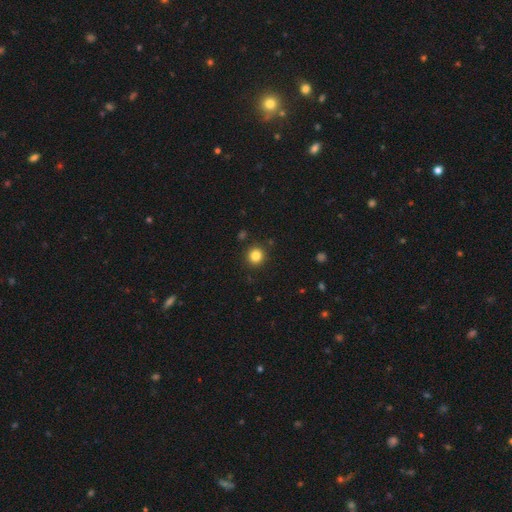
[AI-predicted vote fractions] Smooth or featured? Predicted: smooth (p=0.83). How rounded? Predicted: round (p=0.92). Merging? Predicted: none (p=0.91).